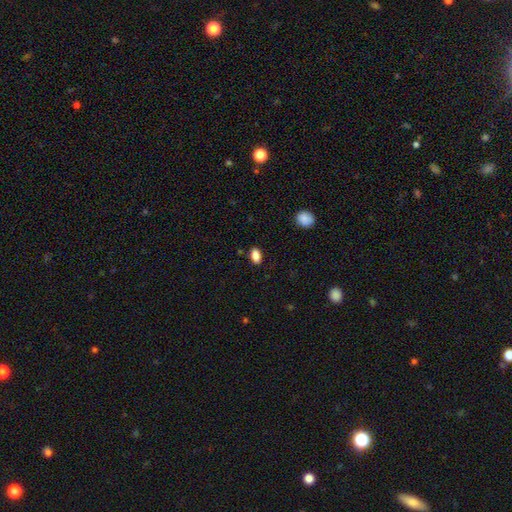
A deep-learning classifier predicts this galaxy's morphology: smooth_or_featured: smooth (p=0.87) [alt: star or artifact p=0.09]
how_rounded: in between (p=0.90) [alt: round p=0.07]
merging: none (p=0.87) [alt: minor disturbance p=0.10]